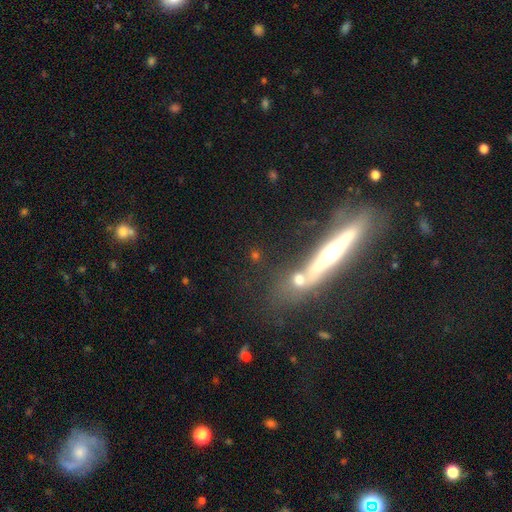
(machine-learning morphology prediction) smooth-or-featured: featured or disk: 42% | smooth: 40% | star or artifact: 17%
  merging: none: 63% | merger: 18% | minor disturbance: 12% | major disturbance: 7%